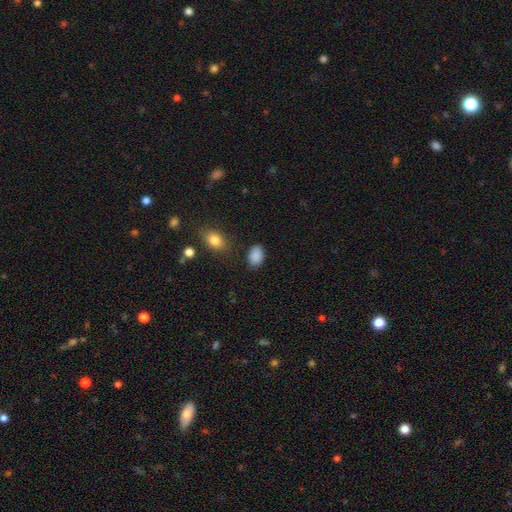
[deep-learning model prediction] Smooth or featured?
  - smooth: 89% *
  - star or artifact: 8%
  - featured or disk: 3%
How rounded?
  - in between: 82% *
  - round: 17%
  - cigar-shaped: 1%
Merging?
  - none: 85% *
  - minor disturbance: 10%
  - major disturbance: 3%
  - merger: 2%